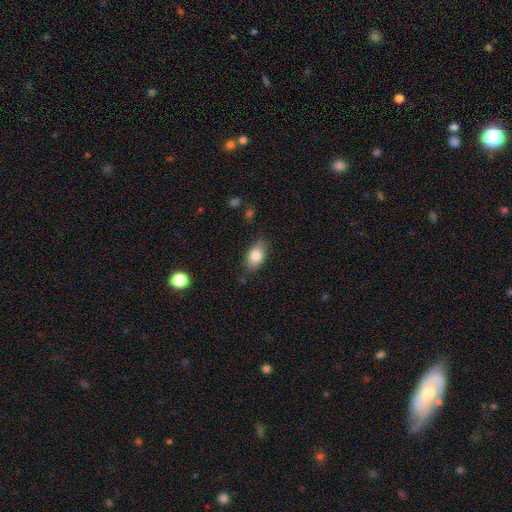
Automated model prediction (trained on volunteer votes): A smooth galaxy with no disk features (81%) that is in between round and cigar-shaped (89%). Merging: none (80%).